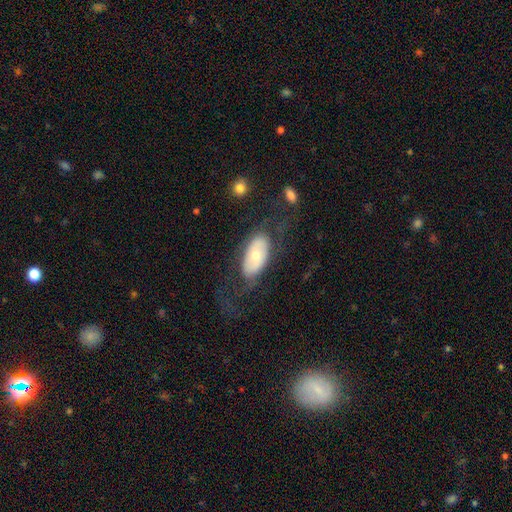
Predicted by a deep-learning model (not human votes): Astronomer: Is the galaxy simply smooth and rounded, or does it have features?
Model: smooth — 51% (runner-up: featured or disk, 43%).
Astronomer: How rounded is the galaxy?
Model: in between — 91%.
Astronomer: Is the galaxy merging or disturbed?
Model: none — 61%.